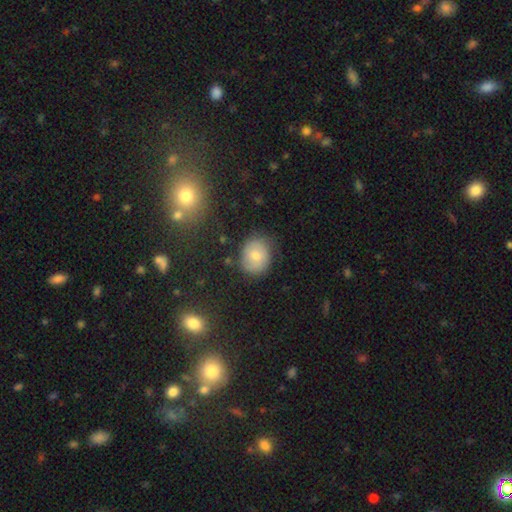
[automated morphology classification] A smooth galaxy with no disk features (68%) that is round (65%).

Vote fractions:
- Smooth or featured? smooth: 68% / featured or disk: 22% / star or artifact: 10%
- How rounded? round: 65% / in between: 34% / cigar-shaped: 1%
- Merging? none: 71% / minor disturbance: 21% / major disturbance: 6% / merger: 2%